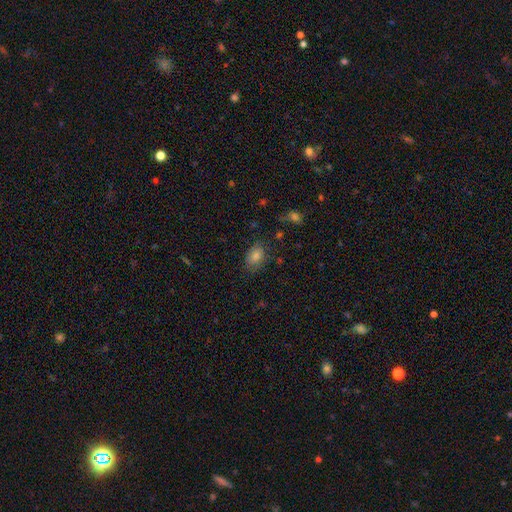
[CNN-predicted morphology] smooth-or-featured: smooth: 68% | star or artifact: 19% | featured or disk: 13%
  how-rounded: in between: 79% | round: 19% | cigar-shaped: 2%
  merging: none: 77% | minor disturbance: 16% | major disturbance: 5% | merger: 2%